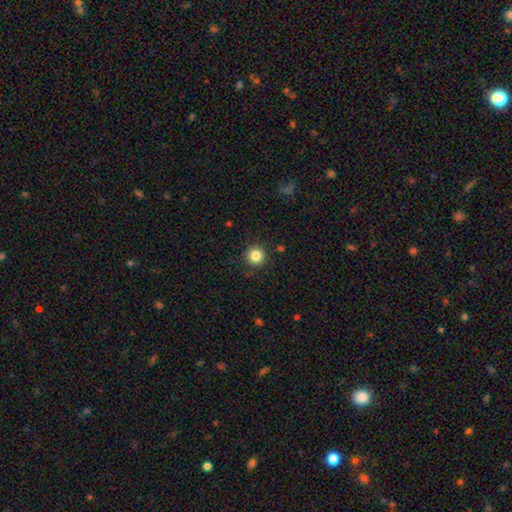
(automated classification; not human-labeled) smooth_or_featured: smooth (p=0.84) [alt: star or artifact p=0.11]
how_rounded: round (p=0.95) [alt: in between p=0.04]
merging: none (p=0.90) [alt: minor disturbance p=0.07]